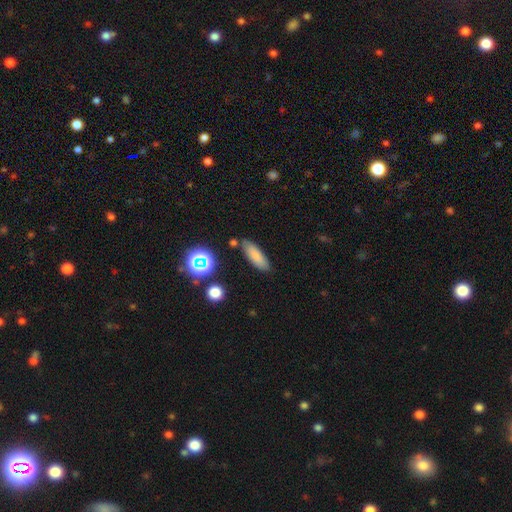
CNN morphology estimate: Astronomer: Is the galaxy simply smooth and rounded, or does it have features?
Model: smooth — 78%.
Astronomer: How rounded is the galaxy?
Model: in between — 55% (runner-up: cigar-shaped, 42%).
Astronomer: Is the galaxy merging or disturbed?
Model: none — 80%.